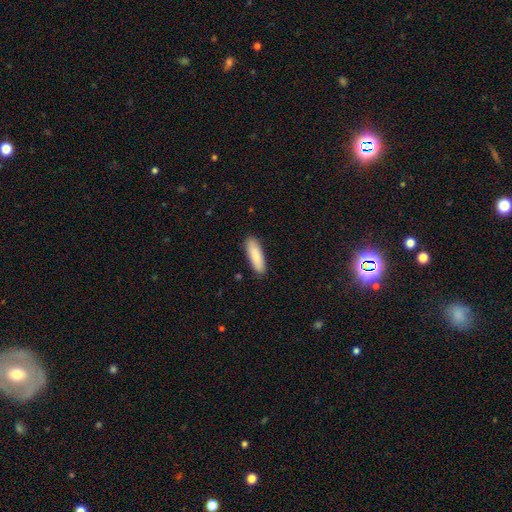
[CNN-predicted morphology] smooth 88%, featured or disk 6%, star or artifact 6%. Down the decision tree: how rounded — cigar-shaped (53%); merging — none (88%).